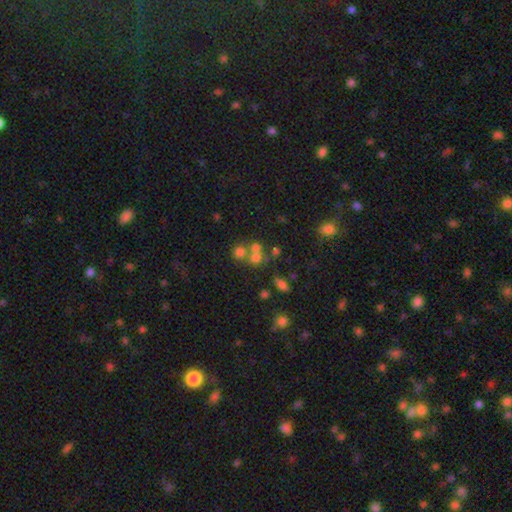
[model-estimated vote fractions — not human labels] A smooth galaxy with no disk features (60%) that is round (81%).

Vote fractions:
- Smooth or featured? smooth: 60% / star or artifact: 21% / featured or disk: 19%
- How rounded? round: 81% / in between: 18% / cigar-shaped: 1%
- Merging? none: 45% / merger: 43% / minor disturbance: 8% / major disturbance: 4%